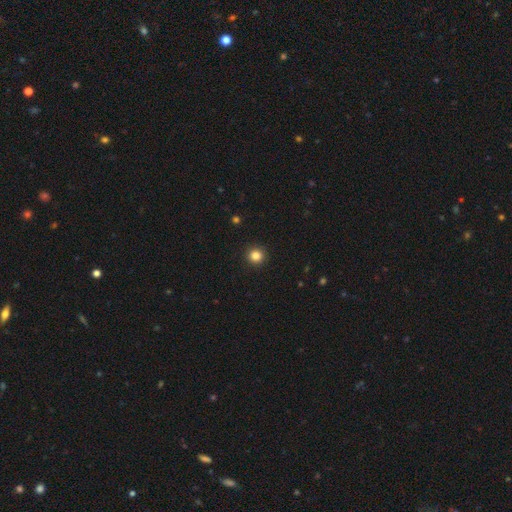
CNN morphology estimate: Smooth or featured?
  - smooth: 84% *
  - star or artifact: 12%
  - featured or disk: 4%
How rounded?
  - round: 95% *
  - in between: 4%
  - cigar-shaped: 1%
Merging?
  - none: 93% *
  - minor disturbance: 4%
  - major disturbance: 2%
  - merger: 1%